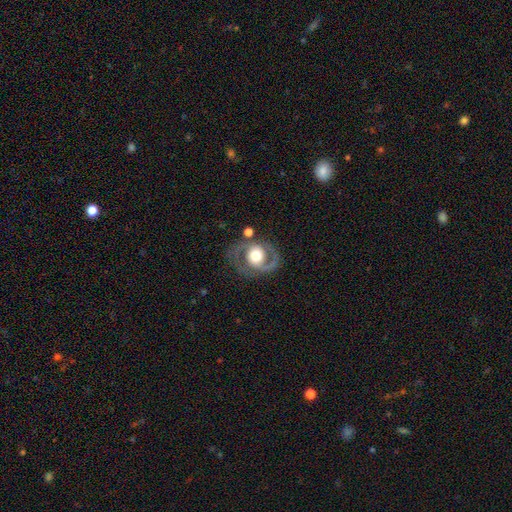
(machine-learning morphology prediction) Smooth or featured: featured or disk — 78% (smooth — 17%)
Edge-on disk: no — 97% (yes — 3%)
Bar: no — 69% (weak — 23%)
Spiral arms: yes — 81% (no — 19%)
Spiral winding: medium — 52% (tight — 26%)
Spiral arm count: 2 — 86% (1 — 7%)
Bulge size: moderate — 45% (large — 44%)
Merging: none — 72% (minor disturbance — 15%)